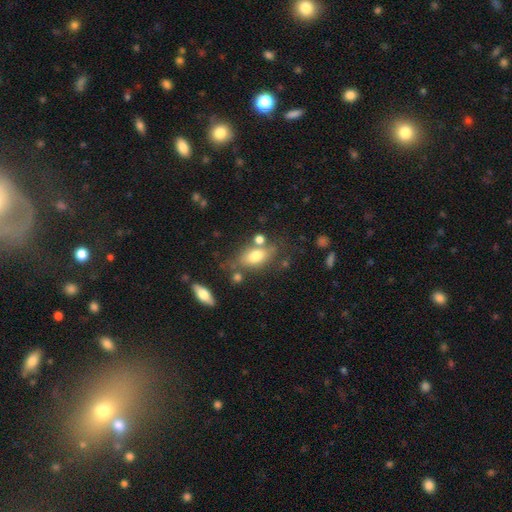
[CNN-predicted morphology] type=smooth (73%); roundness=in between (83%); merging=none (61%).